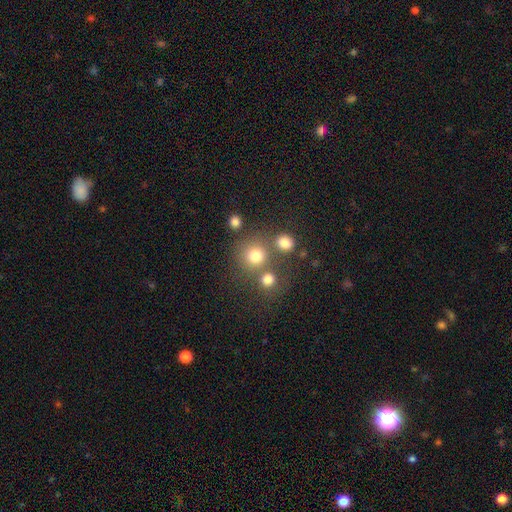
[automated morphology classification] A smooth galaxy with no disk features (77%) that is round (89%). Merging: none (64%).